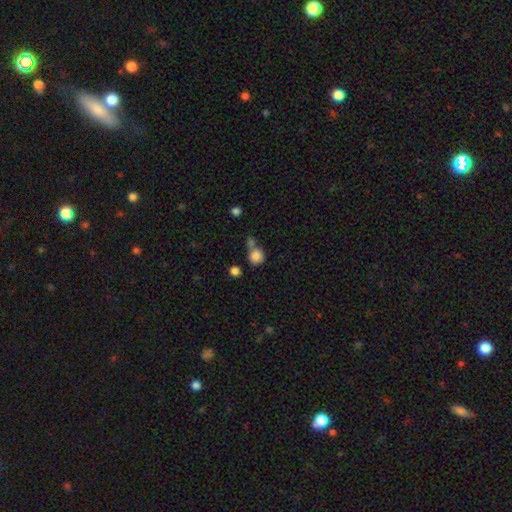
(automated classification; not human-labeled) smooth 84%, star or artifact 10%, featured or disk 6%. Down the decision tree: how rounded — round (89%); merging — none (54%).